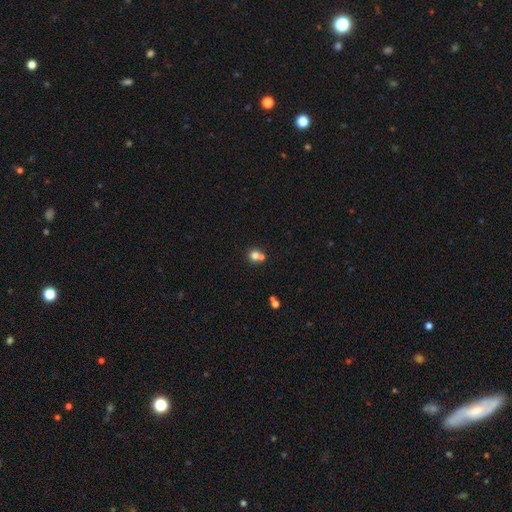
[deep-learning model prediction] Overall: smooth (74%). How rounded: round (86%). Merging: none (48%; merger 43%).